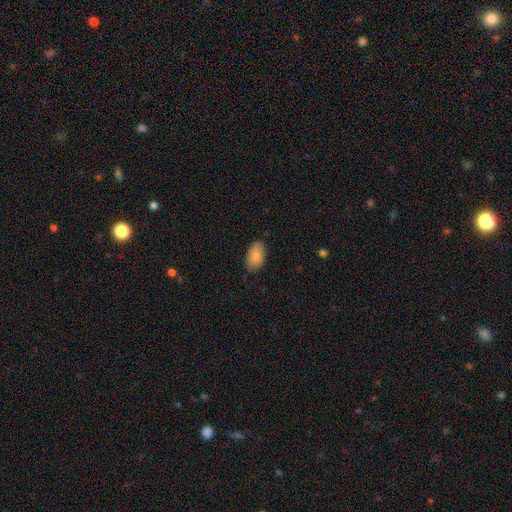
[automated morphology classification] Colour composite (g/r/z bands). It shows a smooth galaxy with no disk features (86%) that is in between round and cigar-shaped (93%). Merging: none (82%).